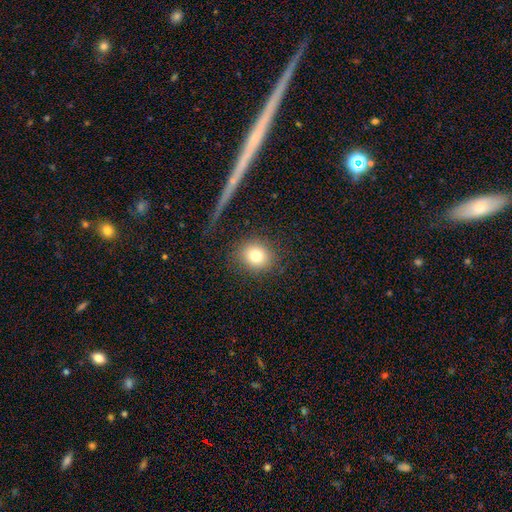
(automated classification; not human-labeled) Q: Smooth or featured?
A: smooth (77%); runner-up: star or artifact (12%)
Q: How rounded?
A: round (82%); runner-up: in between (16%)
Q: Merging?
A: none (85%); runner-up: minor disturbance (9%)